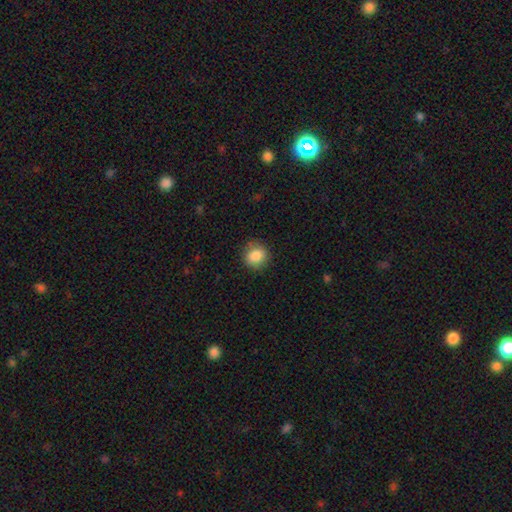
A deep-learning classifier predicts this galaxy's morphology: Smooth or featured: smooth — 85% (star or artifact — 9%)
How rounded: round — 80% (in between — 19%)
Merging: none — 86% (minor disturbance — 10%)